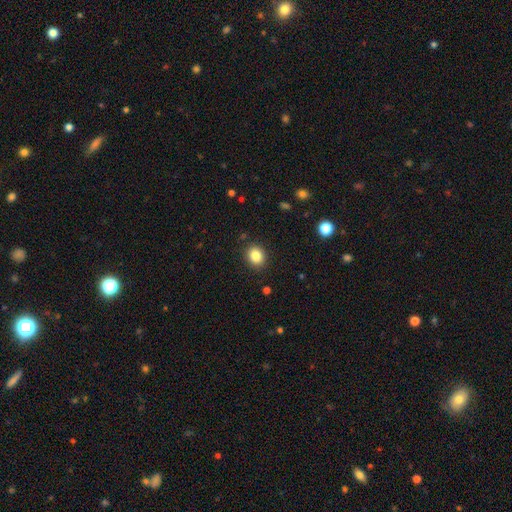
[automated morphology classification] Q: Smooth or featured?
A: smooth (85%); runner-up: star or artifact (10%)
Q: How rounded?
A: round (63%); runner-up: in between (36%)
Q: Merging?
A: none (89%); runner-up: minor disturbance (7%)